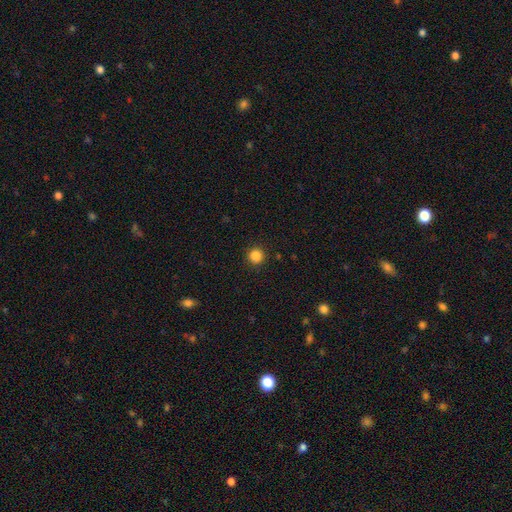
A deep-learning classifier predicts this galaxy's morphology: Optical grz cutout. It shows a smooth galaxy with no disk features (85%) that is round (95%). Merging: none (92%).